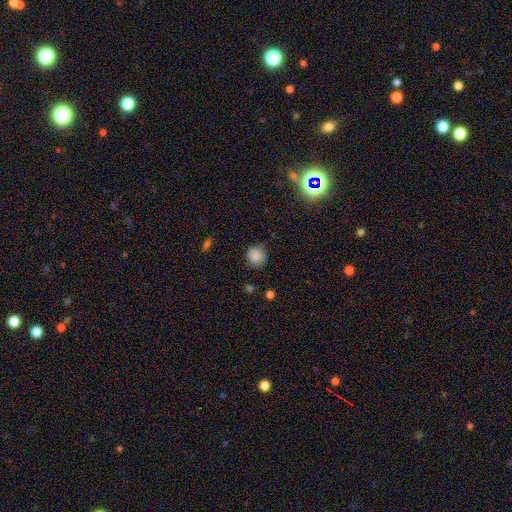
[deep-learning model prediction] Smooth or featured? Predicted: smooth (p=0.85). How rounded? Predicted: round (p=0.89). Merging? Predicted: none (p=0.78).